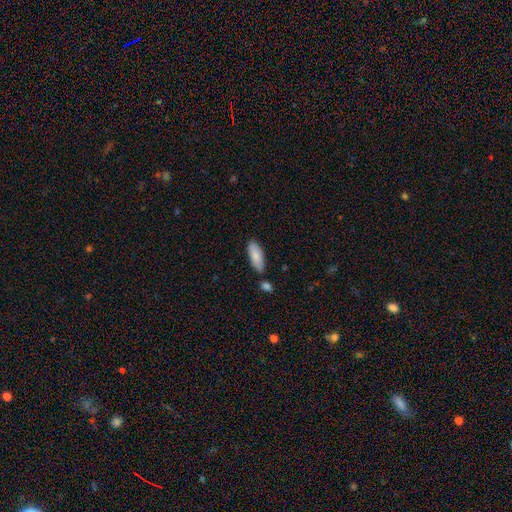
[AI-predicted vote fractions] A smooth galaxy with no disk features (85%) that is in between round and cigar-shaped (76%).

Vote fractions:
- Smooth or featured? smooth: 85% / featured or disk: 9% / star or artifact: 6%
- How rounded? in between: 76% / cigar-shaped: 22% / round: 2%
- Merging? none: 78% / minor disturbance: 13% / merger: 6% / major disturbance: 3%